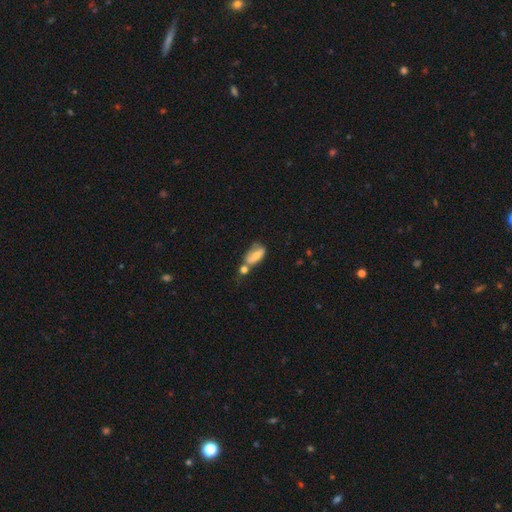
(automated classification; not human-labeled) Smooth or featured? smooth (54%)
How rounded? in between (86%)
Merging? merger (41%)